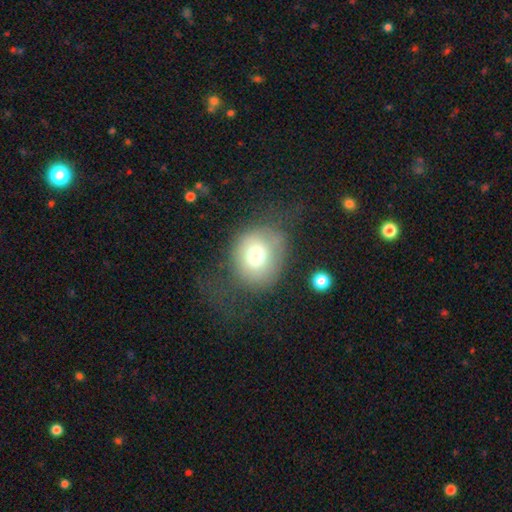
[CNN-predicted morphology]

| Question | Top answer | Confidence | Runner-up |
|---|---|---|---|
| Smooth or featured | smooth | 70% | featured or disk (17%) |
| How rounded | round | 74% | in between (25%) |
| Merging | none | 55% | major disturbance (23%) |